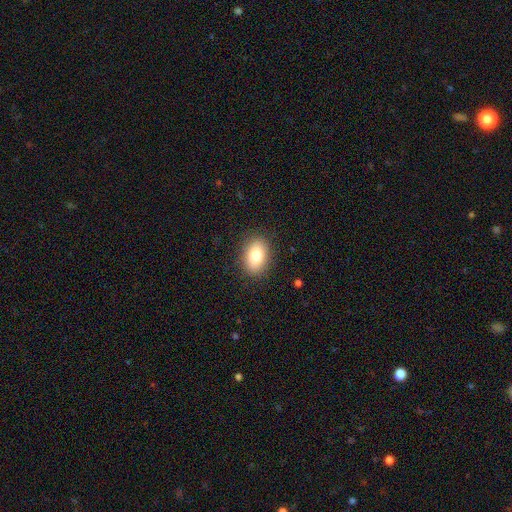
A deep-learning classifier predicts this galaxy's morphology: The model was most divided on "how rounded": in between: 84%, round: 15%, cigar-shaped: 1%. More confident: merging — none (87%); smooth or featured — smooth (81%).